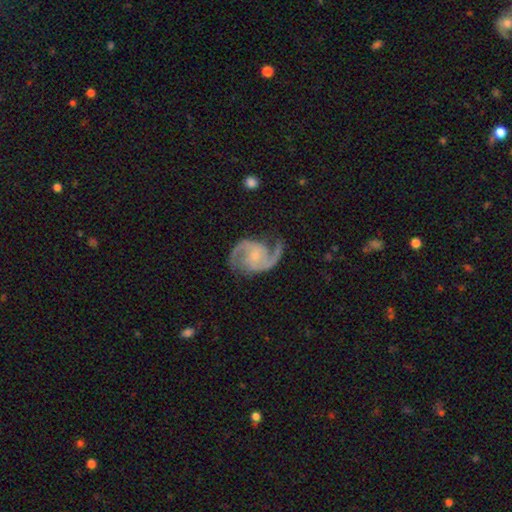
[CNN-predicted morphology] A featured or disk galaxy (92%) with no bar (57%), 2 (92%) medium (58%) spiral arms (98%) and a small central bulge (65%).

Vote fractions:
- Smooth or featured? featured or disk: 92% / star or artifact: 4% / smooth: 4%
- Edge-on disk? no: 98% / yes: 2%
- Bar? no: 57% / weak: 34% / strong: 9%
- Spiral arms? yes: 98% / no: 2%
- Spiral winding? medium: 58% / loose: 26% / tight: 16%
- Spiral arm count? 2: 92% / 3: 2% / can't tell: 2% / 1: 2% / 4: 1% / more than 4: 1%
- Bulge size? small: 65% / moderate: 25% / none: 7% / large: 2% / dominant: 1%
- Merging? none: 73% / minor disturbance: 17% / major disturbance: 9% / merger: 2%